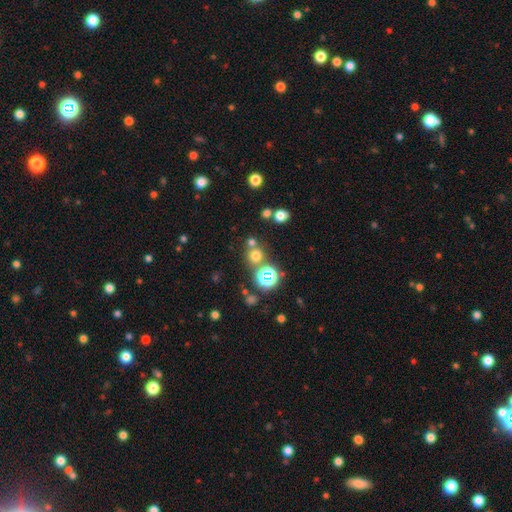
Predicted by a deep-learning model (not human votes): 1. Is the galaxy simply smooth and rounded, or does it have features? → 61% smooth, 31% star or artifact, 8% featured or disk.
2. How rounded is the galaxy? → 90% round, 9% in between, 1% cigar-shaped.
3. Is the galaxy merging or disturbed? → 70% none, 18% merger, 8% minor disturbance, 4% major disturbance.